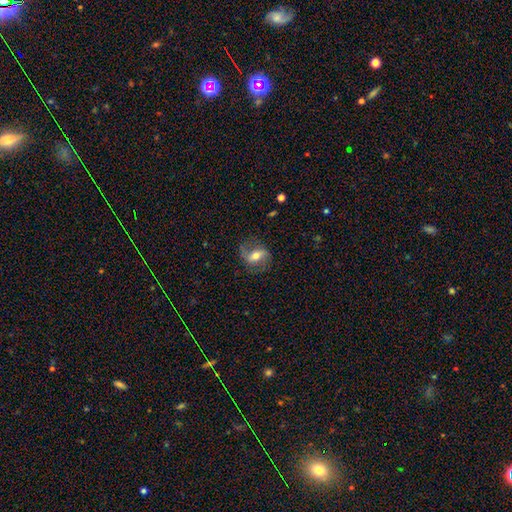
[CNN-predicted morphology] Smooth or featured: featured or disk — 59% (smooth — 34%)
Edge-on disk: no — 92% (yes — 8%)
Bar: strong — 41% (weak — 36%)
Spiral arms: yes — 79% (no — 21%)
Bulge size: moderate — 67% (small — 21%)
Merging: none — 71% (minor disturbance — 18%)